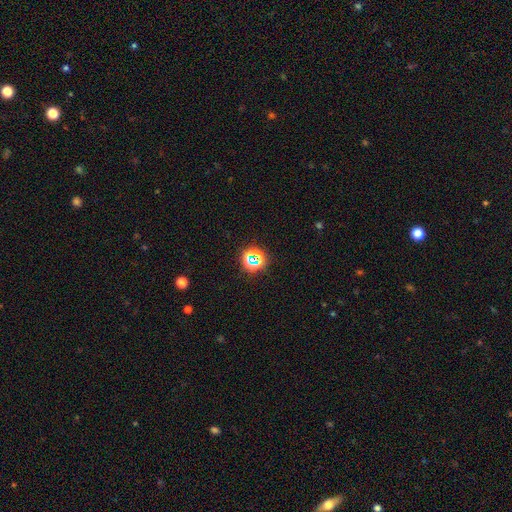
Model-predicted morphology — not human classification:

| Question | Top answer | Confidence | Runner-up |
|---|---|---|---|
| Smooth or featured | star or artifact | 64% | smooth (27%) |